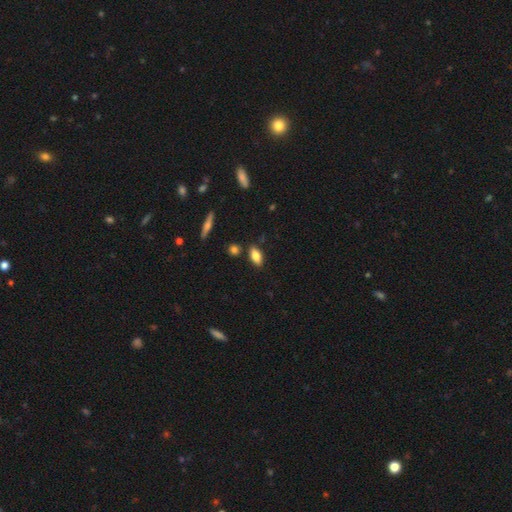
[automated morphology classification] Smooth or featured?
  - smooth: 80% *
  - featured or disk: 12%
  - star or artifact: 7%
How rounded?
  - in between: 85% *
  - cigar-shaped: 12%
  - round: 4%
Merging?
  - none: 83% *
  - minor disturbance: 10%
  - merger: 4%
  - major disturbance: 2%